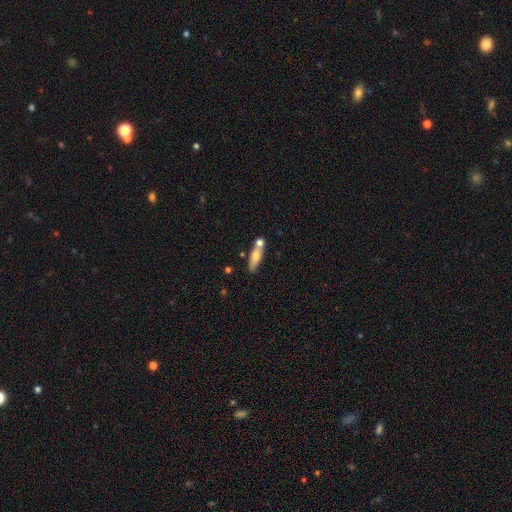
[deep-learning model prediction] Morphology: type=smooth (67%); roundness=cigar-shaped (59%); merging=none (50%).